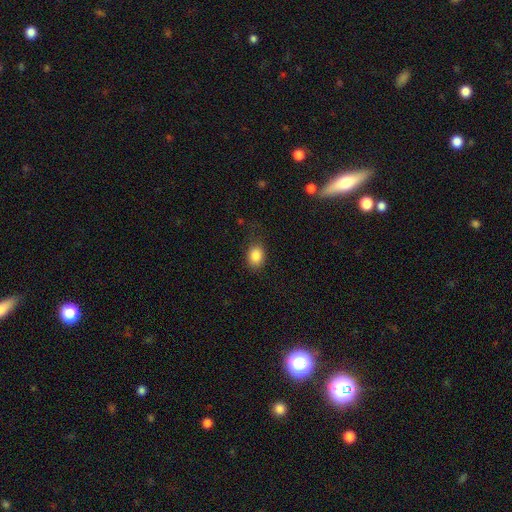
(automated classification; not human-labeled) The model was most divided on "how rounded": in between: 64%, round: 35%, cigar-shaped: 1%. More confident: smooth or featured — smooth (85%); merging — none (78%).